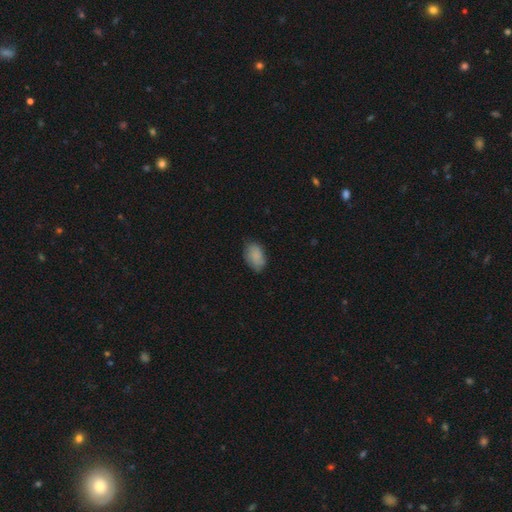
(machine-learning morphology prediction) This appears to be a smooth galaxy with no disk features (84%) that is in between round and cigar-shaped (87%). Merging: none (74%).